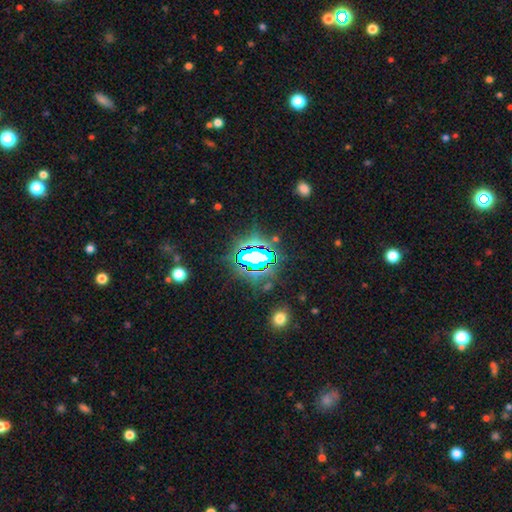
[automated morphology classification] Smooth or featured?
  - star or artifact: 75% *
  - smooth: 14%
  - featured or disk: 12%